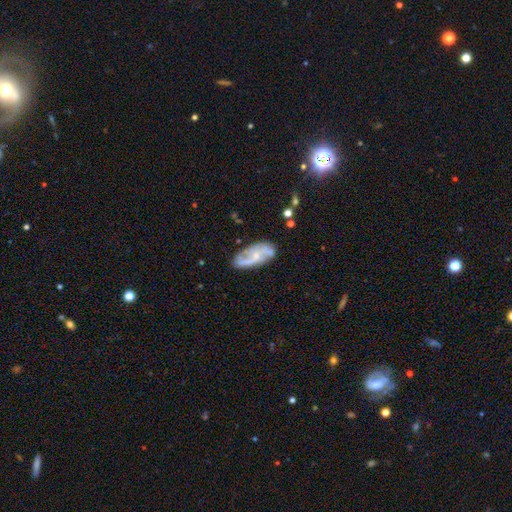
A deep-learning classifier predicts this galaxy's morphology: smooth-or-featured: featured or disk: 65% | smooth: 27% | star or artifact: 8%
  disk-edge-on: no: 93% | yes: 7%
    bar: no: 64% | weak: 30% | strong: 7%
    has-spiral-arms: yes: 77% | no: 23%
    bulge-size: small: 63% | moderate: 23% | none: 11% | large: 1% | dominant: 1%
  merging: none: 61% | minor disturbance: 24% | major disturbance: 10% | merger: 5%